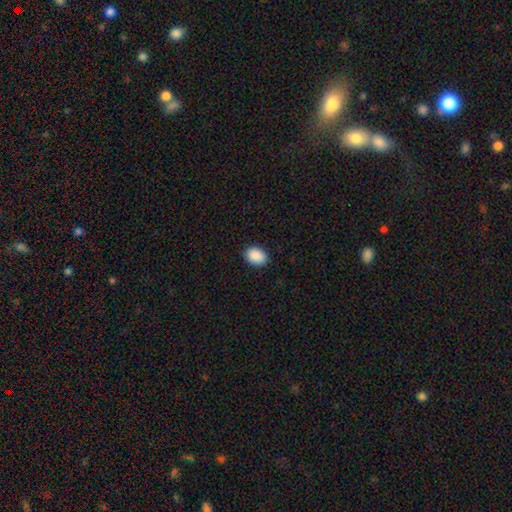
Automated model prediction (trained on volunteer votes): A smooth galaxy with no disk features (90%) that is in between round and cigar-shaped (78%). Merging: none (89%).